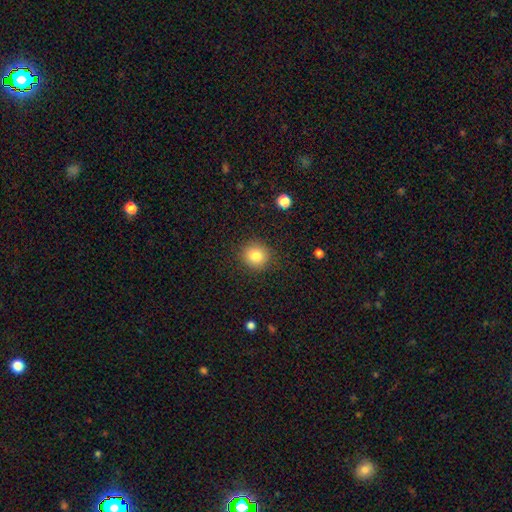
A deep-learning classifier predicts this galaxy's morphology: smooth_or_featured: smooth (p=0.83) [alt: star or artifact p=0.10]
how_rounded: round (p=0.87) [alt: in between p=0.12]
merging: none (p=0.88) [alt: minor disturbance p=0.08]